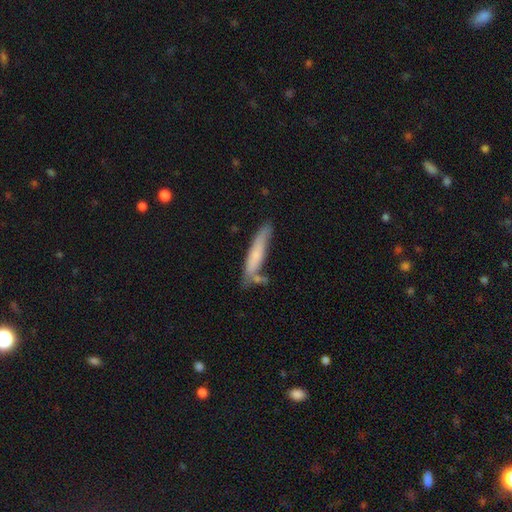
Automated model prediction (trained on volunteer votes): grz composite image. It shows a smooth galaxy with no disk features (67%) that is cigar-shaped (87%). Merging: none (62%).